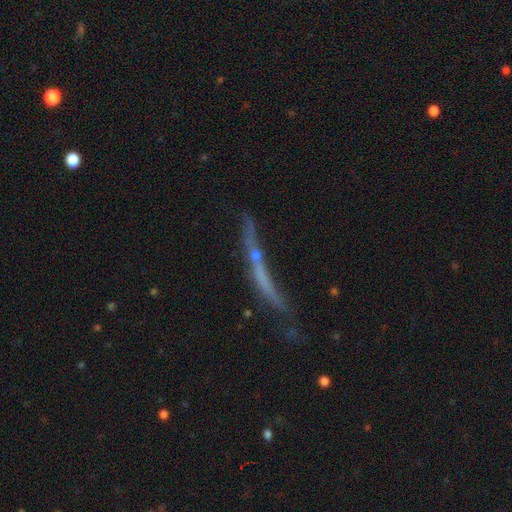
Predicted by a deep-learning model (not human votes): Overall: featured or disk (53%; smooth 28%). Edge-on disk: yes (72%). Merging: none (47%; major disturbance 22%).